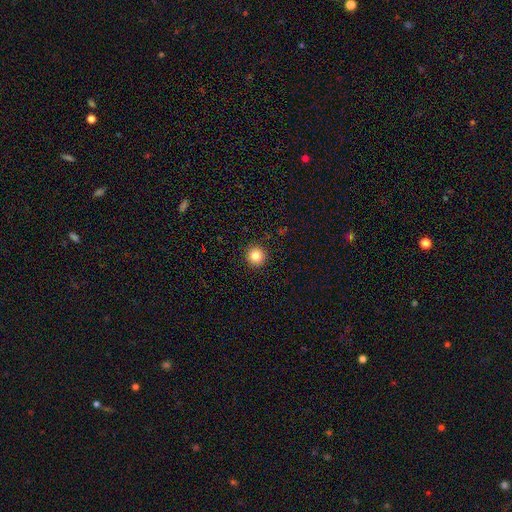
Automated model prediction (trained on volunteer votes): smooth_or_featured: smooth (p=0.84) [alt: star or artifact p=0.11]
how_rounded: round (p=0.95) [alt: in between p=0.04]
merging: none (p=0.92) [alt: minor disturbance p=0.05]